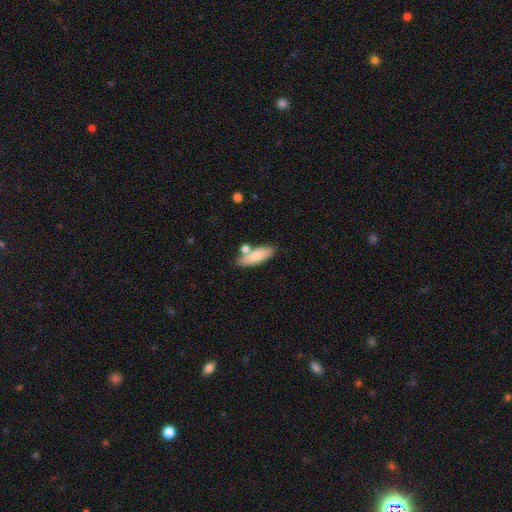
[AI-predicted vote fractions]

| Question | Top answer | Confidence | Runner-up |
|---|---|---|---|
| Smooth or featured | smooth | 79% | featured or disk (14%) |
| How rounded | in between | 62% | cigar-shaped (36%) |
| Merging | none | 65% | merger (18%) |